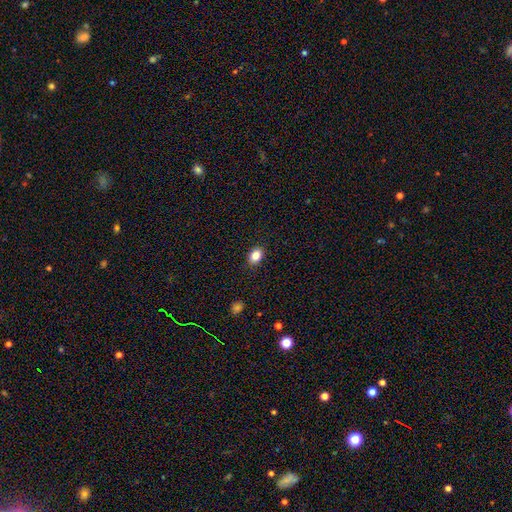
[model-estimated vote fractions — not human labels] smooth 84%, star or artifact 10%, featured or disk 6%. Down the decision tree: how rounded — in between (72%); merging — none (89%).